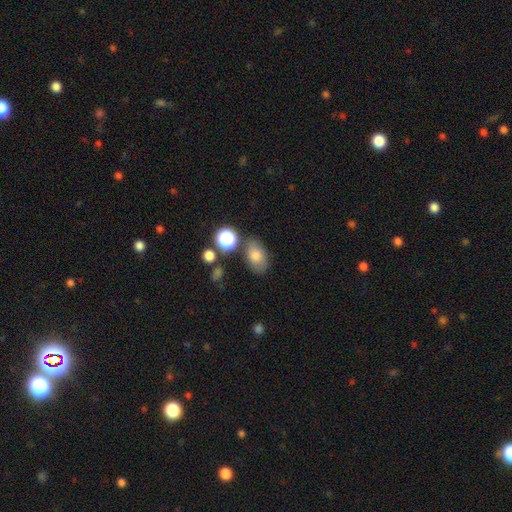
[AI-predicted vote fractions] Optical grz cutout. It shows a smooth galaxy with no disk features (78%) that is in between round and cigar-shaped (84%). Merging: none (70%).